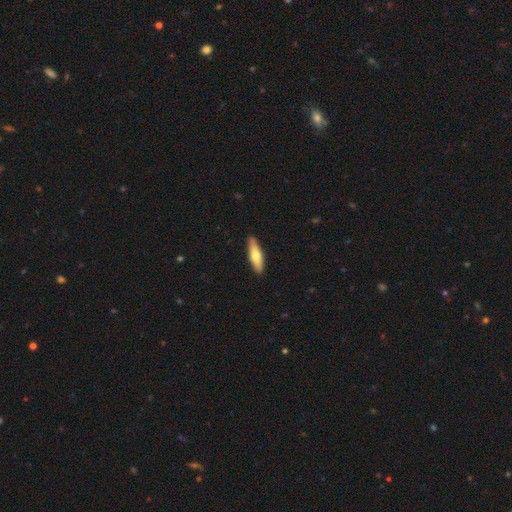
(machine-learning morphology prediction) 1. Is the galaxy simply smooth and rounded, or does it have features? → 66% smooth, 29% featured or disk, 5% star or artifact.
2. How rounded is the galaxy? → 65% cigar-shaped, 33% in between, 2% round.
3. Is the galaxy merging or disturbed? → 89% none, 9% minor disturbance, 1% major disturbance, 1% merger.